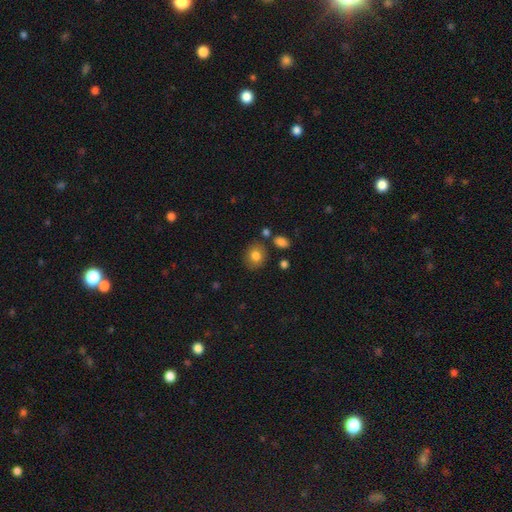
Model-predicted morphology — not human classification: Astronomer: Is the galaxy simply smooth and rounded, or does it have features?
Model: smooth — 81%.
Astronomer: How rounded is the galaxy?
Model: round — 69%.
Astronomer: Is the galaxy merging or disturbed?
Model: none — 81%.